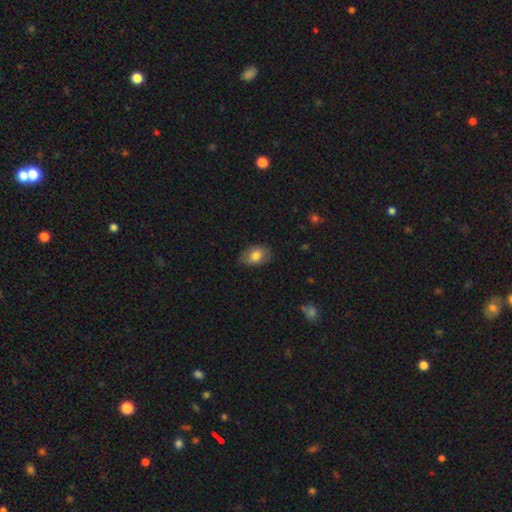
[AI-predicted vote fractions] The model was most divided on "smooth or featured": smooth: 78%, featured or disk: 15%, star or artifact: 7%. More confident: how rounded — in between (83%); merging — none (82%).